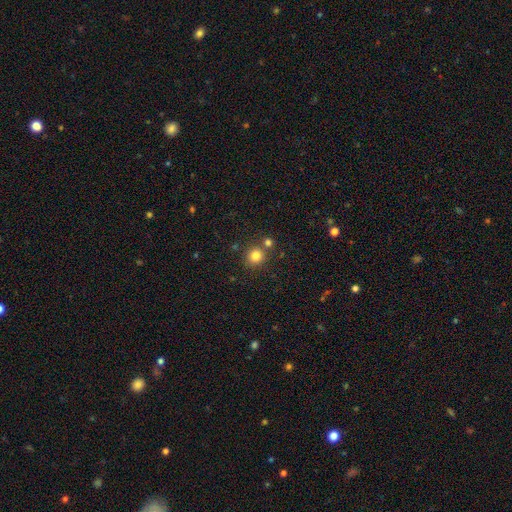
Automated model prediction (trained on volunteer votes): smooth_or_featured: smooth (p=0.81) [alt: star or artifact p=0.13]
how_rounded: round (p=0.90) [alt: in between p=0.10]
merging: none (p=0.75) [alt: merger p=0.15]